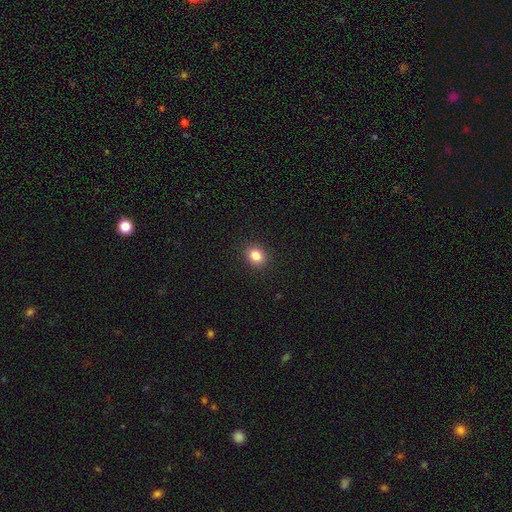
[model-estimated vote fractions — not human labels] smooth_or_featured: smooth (p=0.84) [alt: star or artifact p=0.11]
how_rounded: round (p=0.66) [alt: in between p=0.33]
merging: none (p=0.91) [alt: minor disturbance p=0.06]